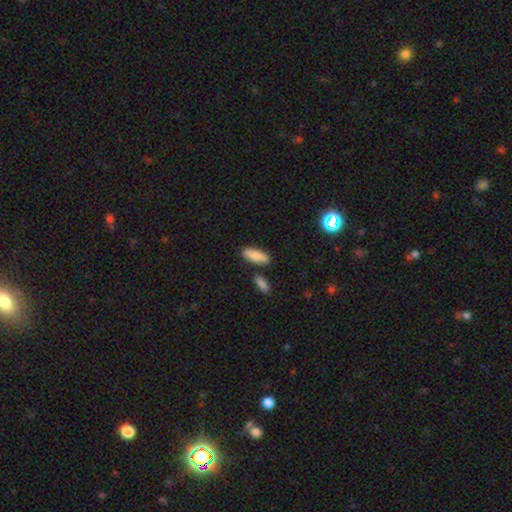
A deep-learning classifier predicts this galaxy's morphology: Smooth or featured? smooth (85%)
How rounded? in between (71%)
Merging? none (80%)